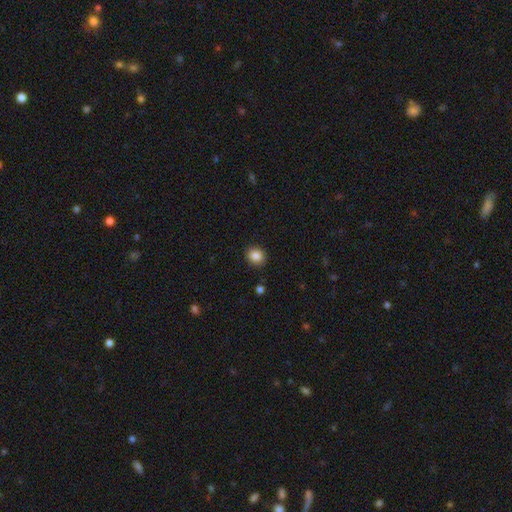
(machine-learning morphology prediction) Smooth or featured?
  - smooth: 86% *
  - star or artifact: 10%
  - featured or disk: 4%
How rounded?
  - round: 78% *
  - in between: 22%
  - cigar-shaped: 1%
Merging?
  - none: 90% *
  - minor disturbance: 7%
  - major disturbance: 2%
  - merger: 1%